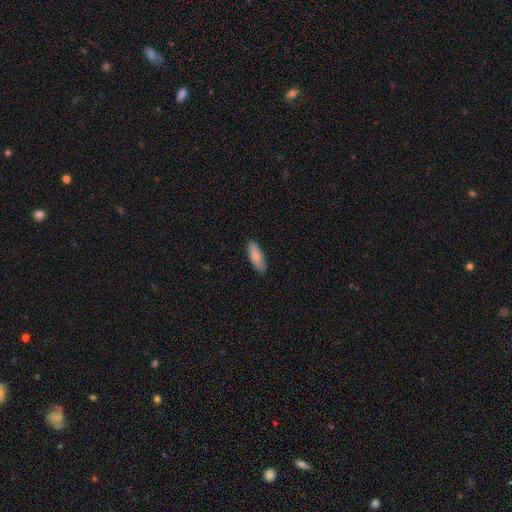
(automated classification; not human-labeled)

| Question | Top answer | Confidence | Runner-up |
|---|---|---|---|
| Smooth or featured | smooth | 85% | featured or disk (10%) |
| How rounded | in between | 59% | cigar-shaped (39%) |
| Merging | none | 88% | minor disturbance (9%) |